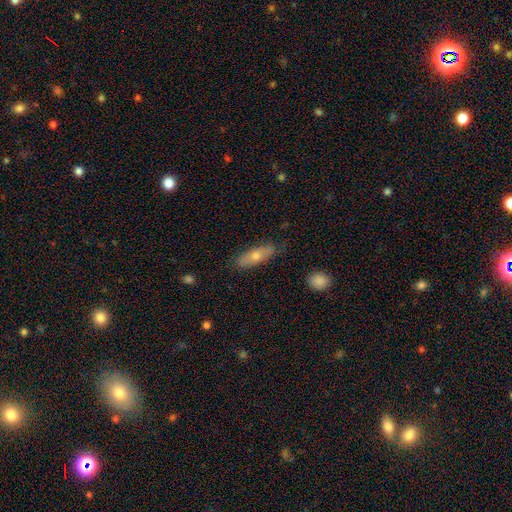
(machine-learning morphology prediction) A smooth galaxy with no disk features (59%) that is in between round and cigar-shaped (50%).

Vote fractions:
- Smooth or featured? smooth: 59% / featured or disk: 35% / star or artifact: 7%
- How rounded? in between: 50% / cigar-shaped: 47% / round: 3%
- Merging? none: 82% / minor disturbance: 14% / major disturbance: 3% / merger: 1%